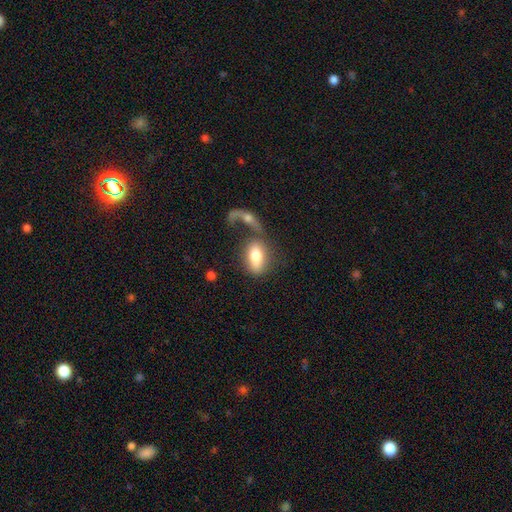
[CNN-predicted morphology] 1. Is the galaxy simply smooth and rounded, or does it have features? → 72% smooth, 21% featured or disk, 7% star or artifact.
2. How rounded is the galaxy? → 85% in between, 8% round, 7% cigar-shaped.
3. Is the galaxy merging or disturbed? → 38% none, 35% merger, 16% major disturbance, 11% minor disturbance.